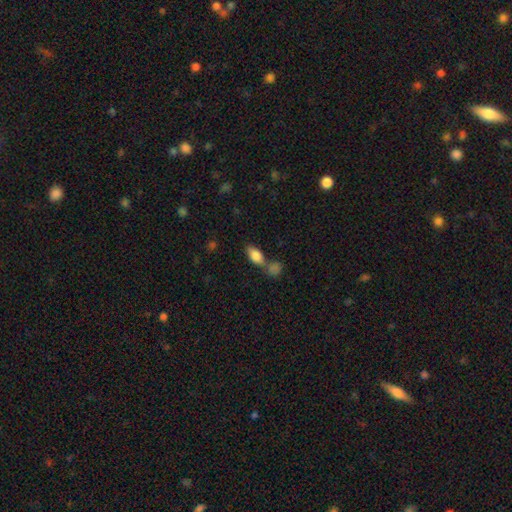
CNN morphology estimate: Q: Smooth or featured?
A: smooth (82%); runner-up: featured or disk (10%)
Q: How rounded?
A: in between (88%); runner-up: cigar-shaped (7%)
Q: Merging?
A: none (49%); runner-up: merger (34%)